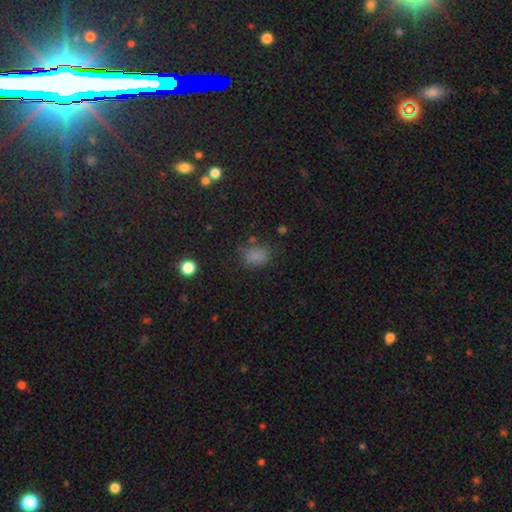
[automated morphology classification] Q: Smooth or featured?
A: smooth (76%); runner-up: star or artifact (17%)
Q: How rounded?
A: in between (64%); runner-up: round (35%)
Q: Merging?
A: none (65%); runner-up: minor disturbance (21%)